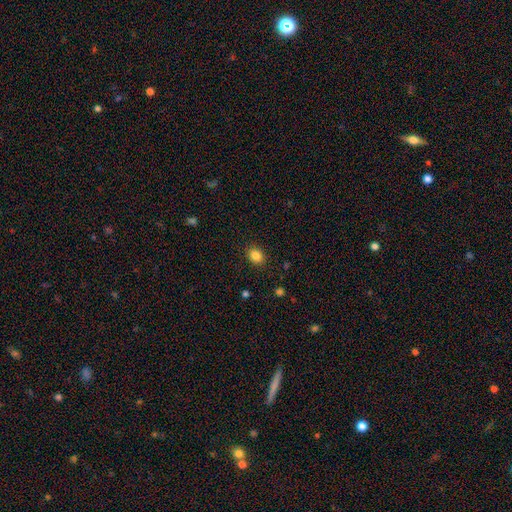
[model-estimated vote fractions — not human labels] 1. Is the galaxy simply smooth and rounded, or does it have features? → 84% smooth, 11% star or artifact, 5% featured or disk.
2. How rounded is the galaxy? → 50% round (tied), 50% in between (tied), 1% cigar-shaped.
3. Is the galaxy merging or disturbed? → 89% none, 8% minor disturbance, 2% major disturbance, 1% merger.